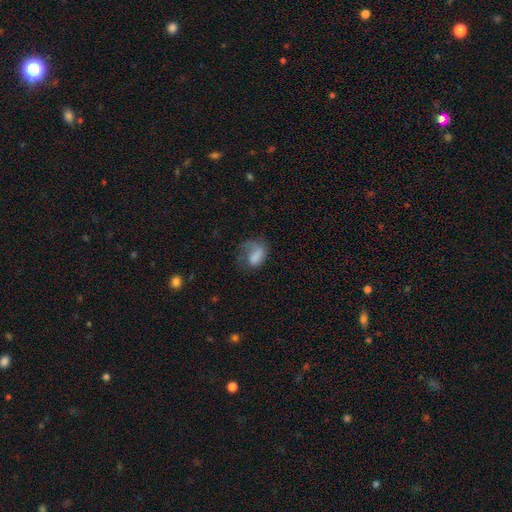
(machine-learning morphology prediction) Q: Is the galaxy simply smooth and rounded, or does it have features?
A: smooth — 60%.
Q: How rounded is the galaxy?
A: in between — 80%.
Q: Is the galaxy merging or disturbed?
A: major disturbance — 46%.